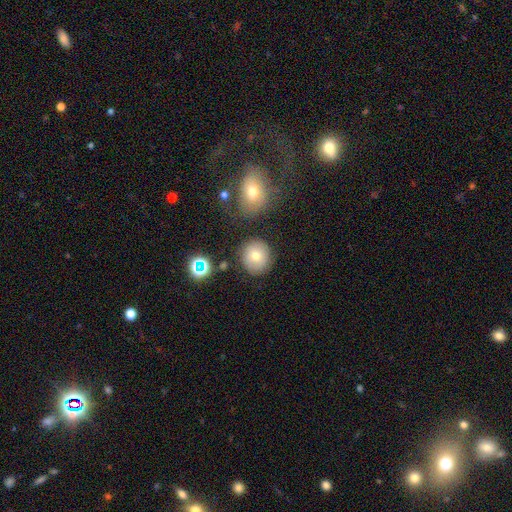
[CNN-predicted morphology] Smooth or featured: smooth — 72% (featured or disk — 16%)
How rounded: round — 90% (in between — 10%)
Merging: none — 82% (minor disturbance — 10%)